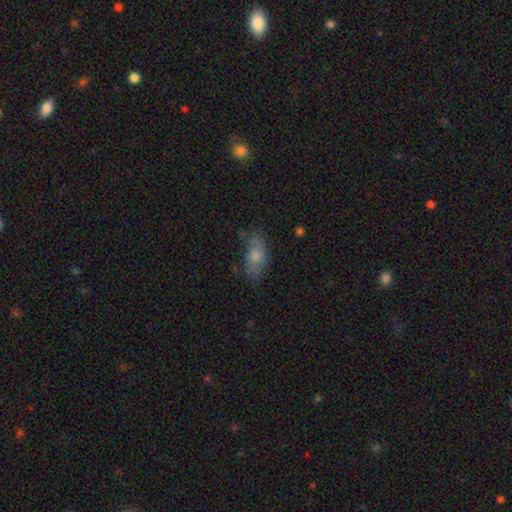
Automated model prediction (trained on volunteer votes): This appears to be a smooth galaxy with no disk features (58%) that is in between round and cigar-shaped (86%). Merging: none (59%).